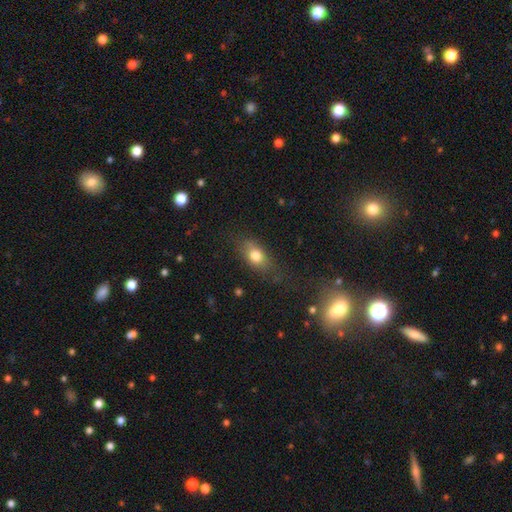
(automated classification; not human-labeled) The model was most divided on "merging": none: 65%, minor disturbance: 22%, major disturbance: 11%, merger: 2%. More confident: smooth or featured — smooth (77%); how rounded — in between (75%).